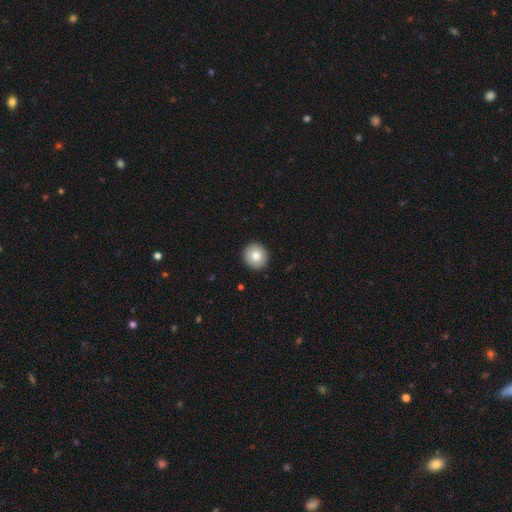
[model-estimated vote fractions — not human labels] This is likely a smooth galaxy (80%). How rounded: clearly round (93%). Merging: clearly none (93%).